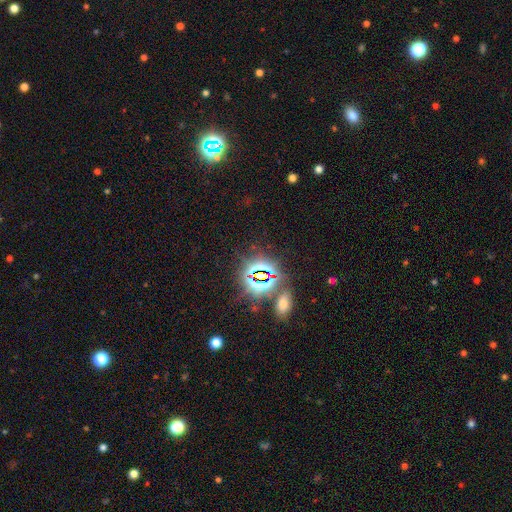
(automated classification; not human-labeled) Smooth or featured? star or artifact (79%)